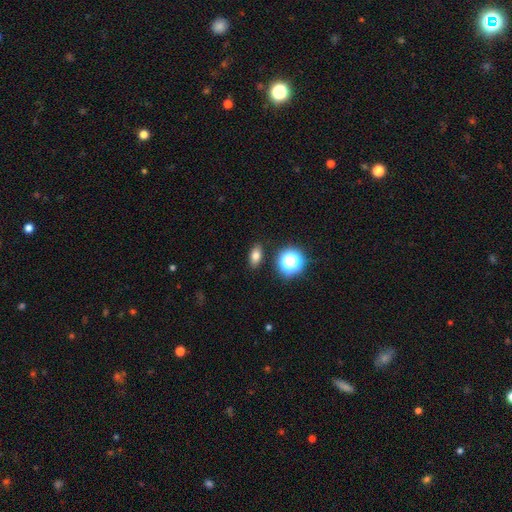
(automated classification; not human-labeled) Smooth or featured? Predicted: smooth (p=0.73). How rounded? Predicted: in between (p=0.78). Merging? Predicted: none (p=0.87).